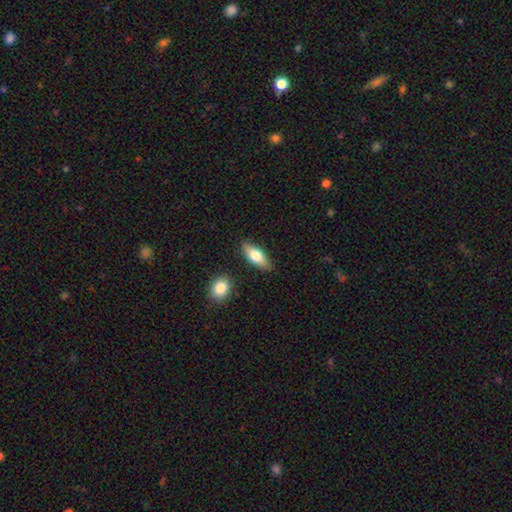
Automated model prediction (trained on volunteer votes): The model was most divided on "smooth or featured": smooth: 70%, featured or disk: 24%, star or artifact: 6%. More confident: merging — none (84%); how rounded — in between (77%).